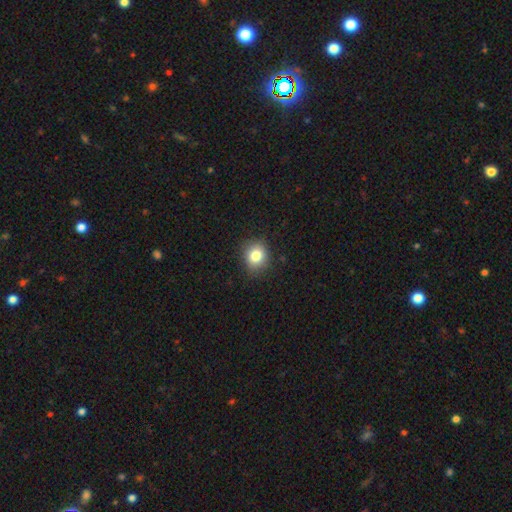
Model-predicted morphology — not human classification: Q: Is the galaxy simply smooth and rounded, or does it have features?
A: smooth — 80%.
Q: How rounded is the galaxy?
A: round — 77%.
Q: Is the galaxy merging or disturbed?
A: none — 86%.